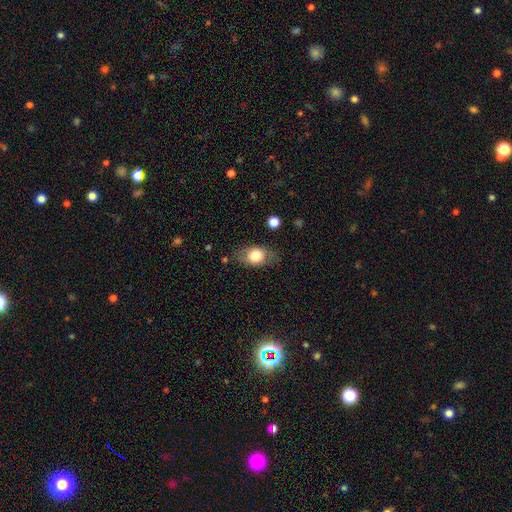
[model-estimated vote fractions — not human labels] Q: Smooth or featured?
A: smooth (73%); runner-up: featured or disk (20%)
Q: How rounded?
A: in between (79%); runner-up: round (19%)
Q: Merging?
A: none (76%); runner-up: minor disturbance (16%)